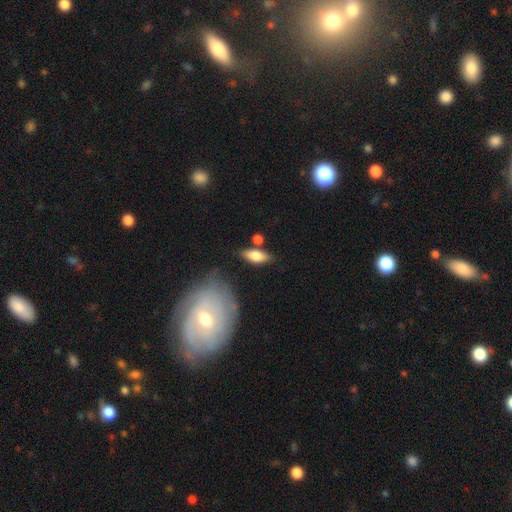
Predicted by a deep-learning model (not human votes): Smooth or featured: smooth — 72% (featured or disk — 21%)
How rounded: in between — 74% (cigar-shaped — 22%)
Merging: none — 74% (minor disturbance — 14%)